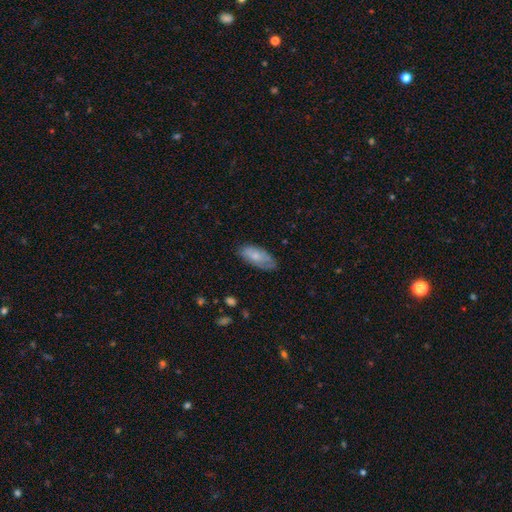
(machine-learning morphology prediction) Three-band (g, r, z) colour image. It shows a smooth galaxy with no disk features (72%) that is in between round and cigar-shaped (87%). Merging: none (63%).